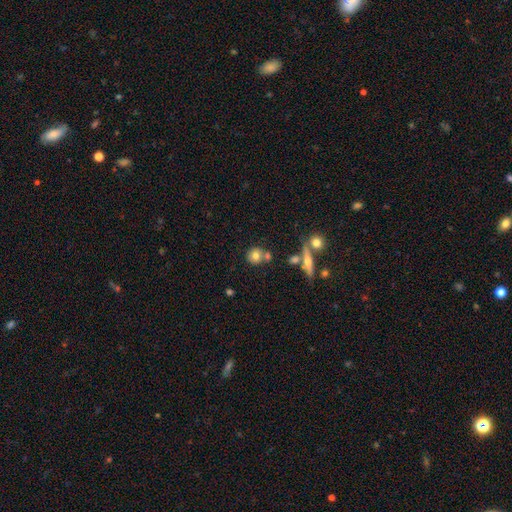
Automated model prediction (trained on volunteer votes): This appears to be a smooth galaxy with no disk features (72%) that is round (85%). Merging: none (64%).